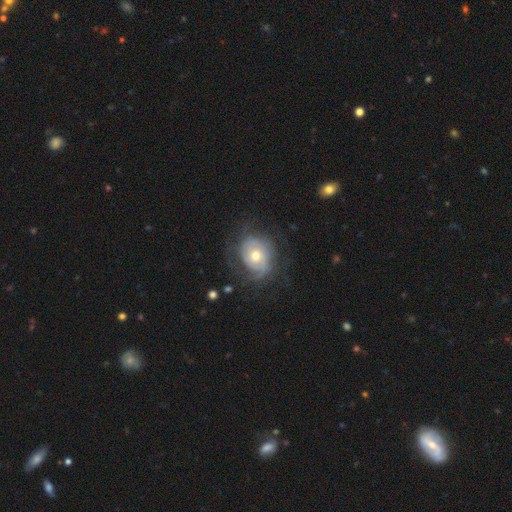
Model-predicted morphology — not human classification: Overall: featured or disk (70%). Edge-on disk: no (97%). Bar: no (76%). Spiral arms: yes (84%). Spiral arm count: can't tell (38%; 2 29%). Spiral winding: tight (55%; medium 30%). Bulge size: moderate (67%; small 27%). Merging: none (63%).